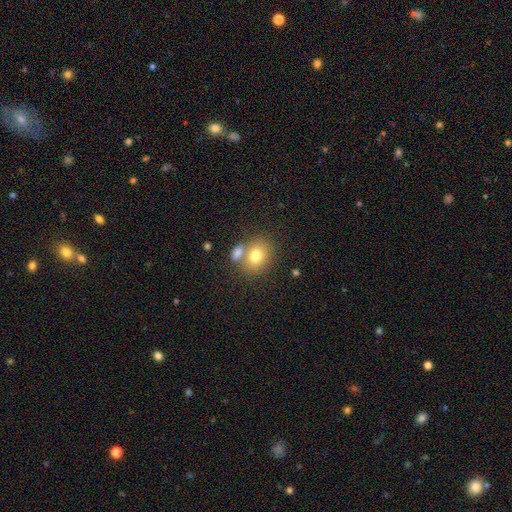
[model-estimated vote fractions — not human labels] Smooth or featured? Predicted: smooth (p=0.76). How rounded? Predicted: round (p=0.51). Merging? Predicted: none (p=0.52).